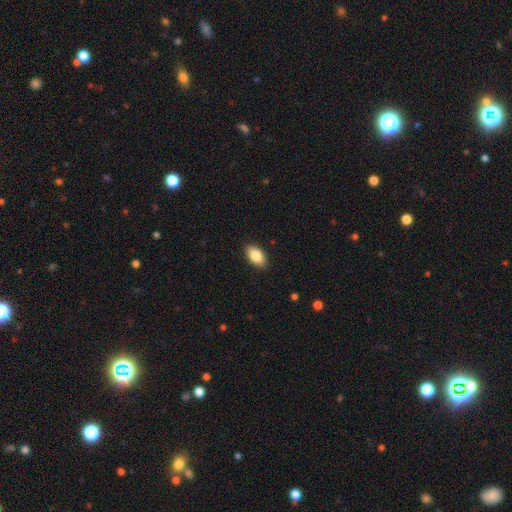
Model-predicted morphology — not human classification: Q: Smooth or featured?
A: smooth (86%); runner-up: featured or disk (7%)
Q: How rounded?
A: in between (93%); runner-up: round (4%)
Q: Merging?
A: none (88%); runner-up: minor disturbance (9%)